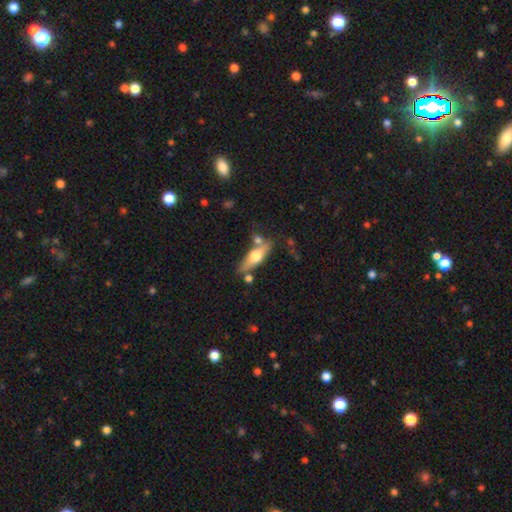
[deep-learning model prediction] Morphology: type=featured or disk (55%); edge-on=yes (85%); merging=none (66%).